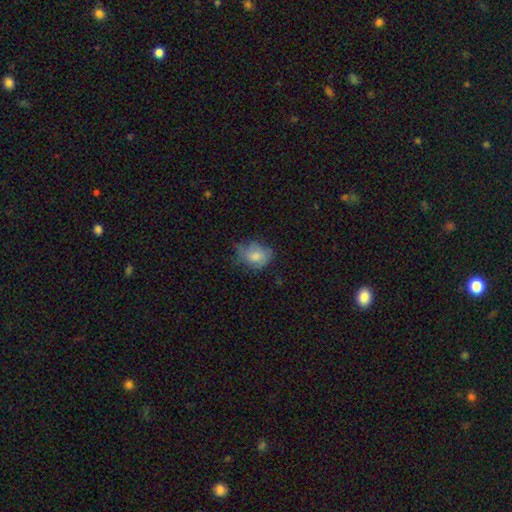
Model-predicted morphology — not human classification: Smooth or featured? Predicted: smooth (p=0.76). How rounded? Predicted: in between (p=0.59). Merging? Predicted: none (p=0.48).